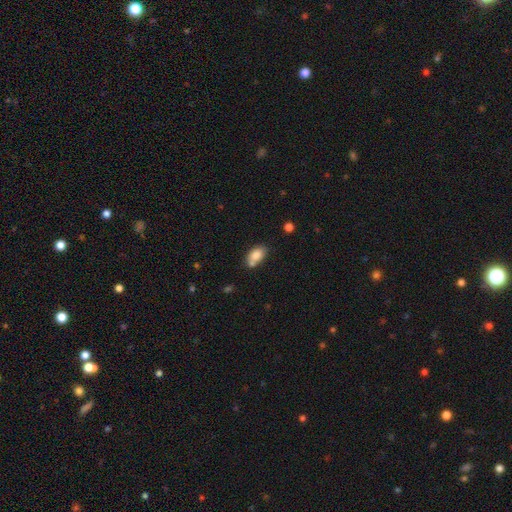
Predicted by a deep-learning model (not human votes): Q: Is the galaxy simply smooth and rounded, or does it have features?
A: smooth — 81%.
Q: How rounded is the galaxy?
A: in between — 89%.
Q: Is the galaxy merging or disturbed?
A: none — 53%.